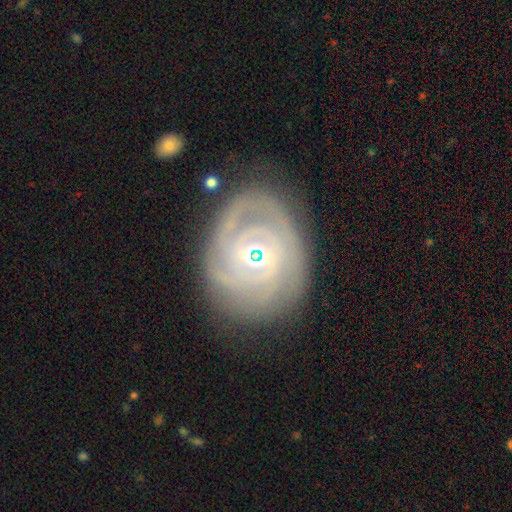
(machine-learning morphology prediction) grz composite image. It shows a featured or disk galaxy (86%) with a weak bar (47%), 2 (34%) tight (81%) spiral arms (96%) and a small central bulge (70%). Merging: none (76%).